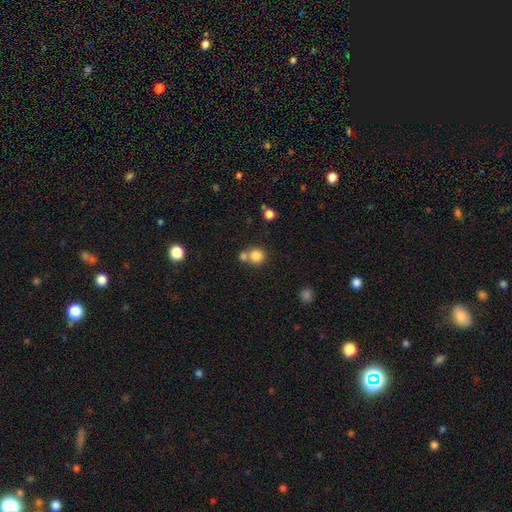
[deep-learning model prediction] Smooth or featured? Predicted: smooth (p=0.82). How rounded? Predicted: round (p=0.89). Merging? Predicted: none (p=0.54).